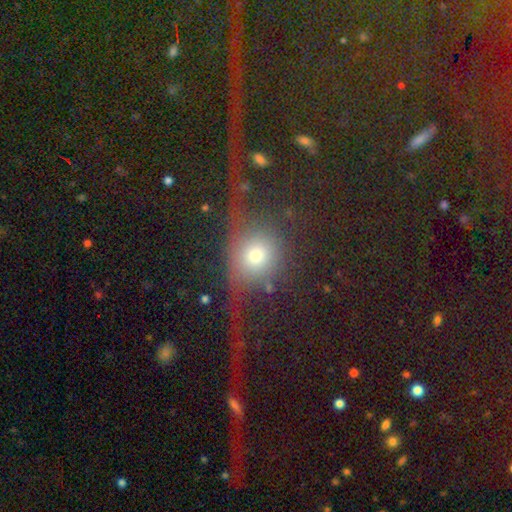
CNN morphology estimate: Smooth or featured: smooth — 63% (featured or disk — 21%)
How rounded: round — 75% (in between — 22%)
Merging: major disturbance — 40% (none — 38%)